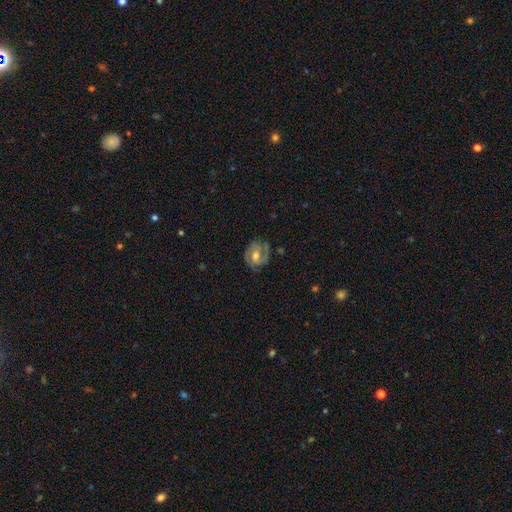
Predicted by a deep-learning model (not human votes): Smooth or featured: featured or disk — 67% (smooth — 26%)
Edge-on disk: no — 97% (yes — 3%)
Bar: no — 53% (weak — 37%)
Spiral arms: yes — 82% (no — 18%)
Spiral winding: tight — 48% (medium — 40%)
Spiral arm count: 2 — 55% (can't tell — 21%)
Bulge size: moderate — 72% (small — 17%)
Merging: none — 67% (minor disturbance — 22%)